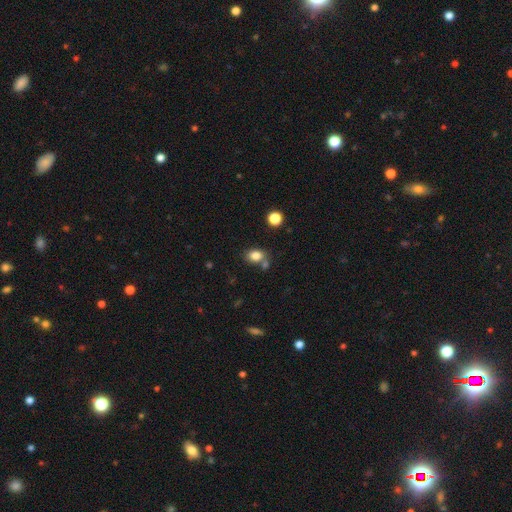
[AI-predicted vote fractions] A smooth galaxy with no disk features (82%) that is in between round and cigar-shaped (63%).

Vote fractions:
- Smooth or featured? smooth: 82% / star or artifact: 11% / featured or disk: 7%
- How rounded? in between: 63% / round: 36% / cigar-shaped: 1%
- Merging? none: 62% / merger: 20% / minor disturbance: 13% / major disturbance: 5%